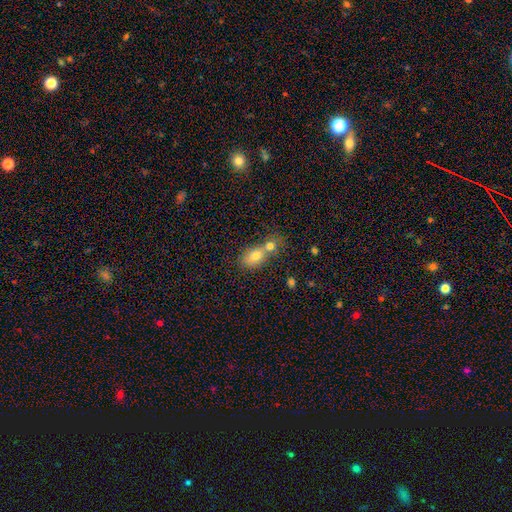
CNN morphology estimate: Overall: smooth (74%). How rounded: in between (69%). Merging: merger (61%; none 27%).